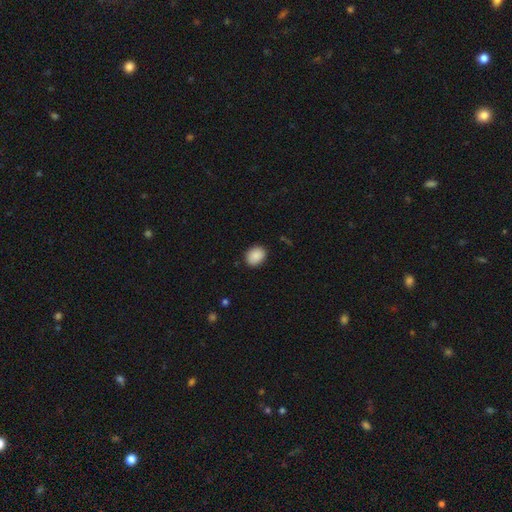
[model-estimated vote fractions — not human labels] Q: Smooth or featured?
A: smooth (89%); runner-up: star or artifact (8%)
Q: How rounded?
A: round (50%); runner-up: in between (49%)
Q: Merging?
A: none (86%); runner-up: minor disturbance (10%)